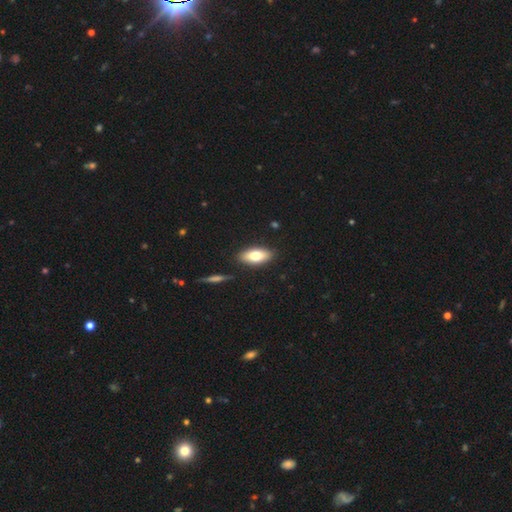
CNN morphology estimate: A smooth galaxy with no disk features (73%) that is in between round and cigar-shaped (84%). Merging: none (86%).